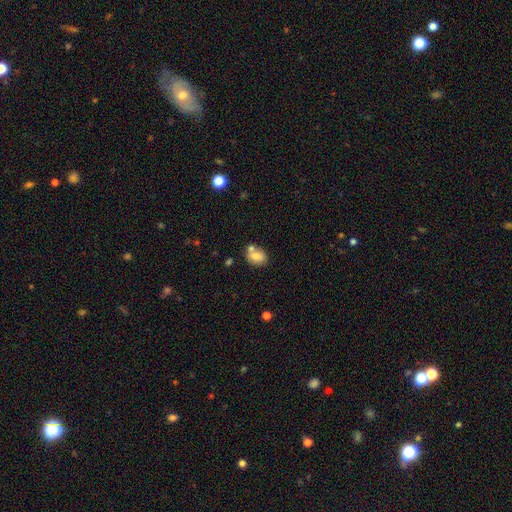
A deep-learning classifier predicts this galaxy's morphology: smooth-or-featured: smooth: 76% | featured or disk: 15% | star or artifact: 9%
  how-rounded: in between: 61% | round: 38% | cigar-shaped: 1%
  merging: none: 55% | merger: 28% | minor disturbance: 14% | major disturbance: 4%